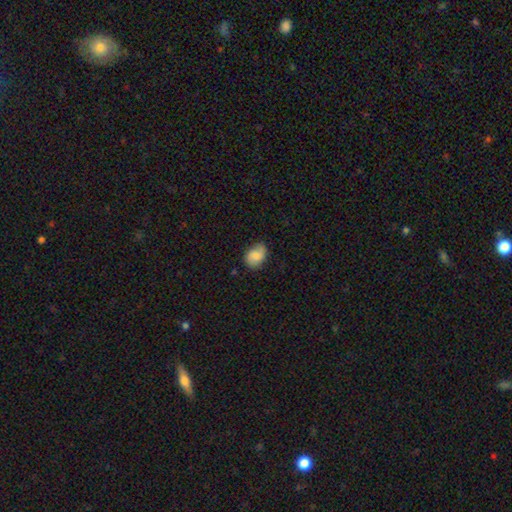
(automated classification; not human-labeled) smooth 74%, featured or disk 18%, star or artifact 8%. Down the decision tree: how rounded — in between (76%); merging — none (68%).